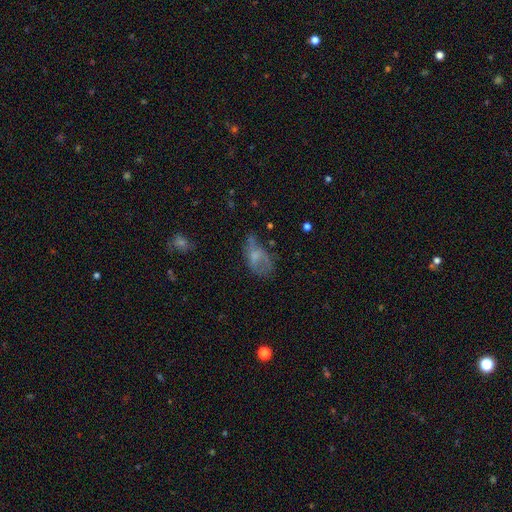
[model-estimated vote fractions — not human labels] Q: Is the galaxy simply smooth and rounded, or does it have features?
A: smooth — 50%.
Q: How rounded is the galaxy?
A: in between — 86%.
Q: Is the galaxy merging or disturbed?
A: major disturbance — 34%.